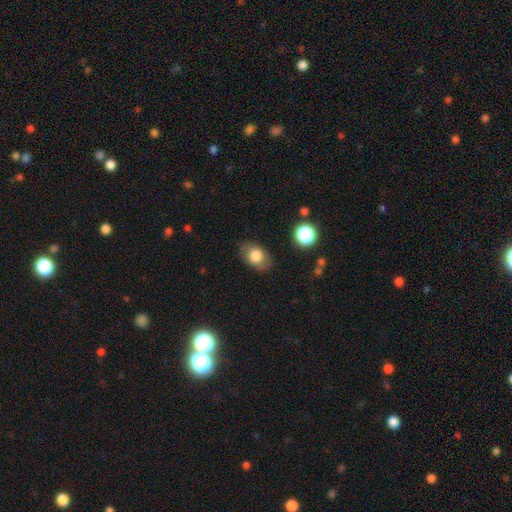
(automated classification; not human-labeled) Morphology: type=smooth (77%); roundness=in between (76%); merging=none (80%).